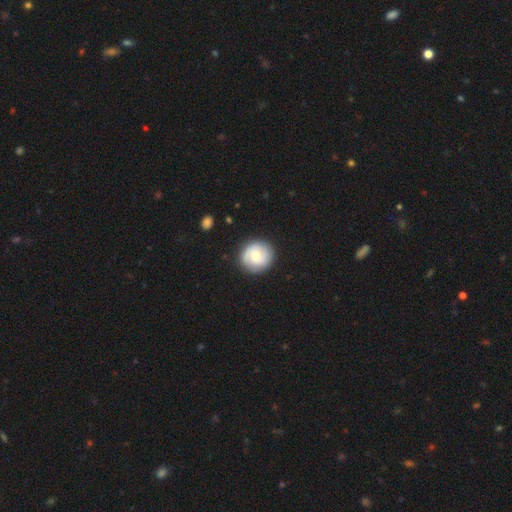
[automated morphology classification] Smooth or featured? Predicted: featured or disk (p=0.51). Edge-on disk? Predicted: no (p=0.98). Merging? Predicted: none (p=0.86).